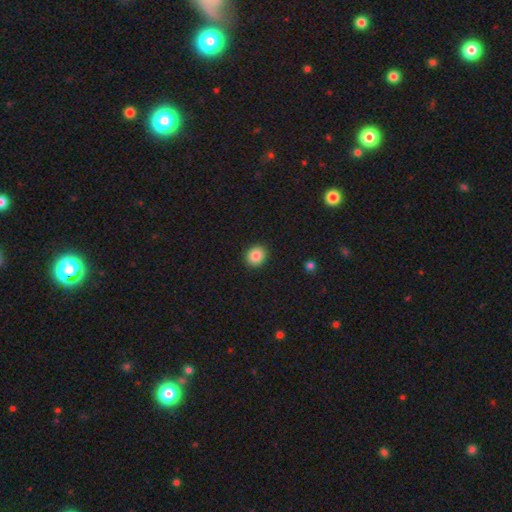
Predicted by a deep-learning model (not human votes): smooth_or_featured: smooth (p=0.86) [alt: star or artifact p=0.09]
how_rounded: round (p=0.75) [alt: in between p=0.24]
merging: none (p=0.91) [alt: minor disturbance p=0.06]